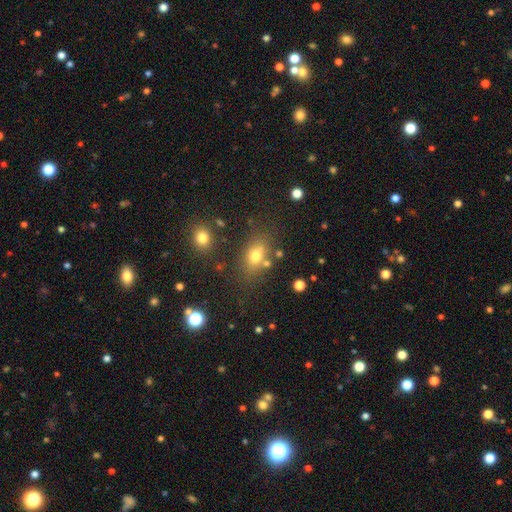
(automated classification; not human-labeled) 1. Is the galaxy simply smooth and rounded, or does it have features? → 72% smooth, 15% star or artifact, 14% featured or disk.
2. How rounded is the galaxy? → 71% in between, 25% round, 4% cigar-shaped.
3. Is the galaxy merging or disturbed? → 70% none, 14% minor disturbance, 10% merger, 6% major disturbance.